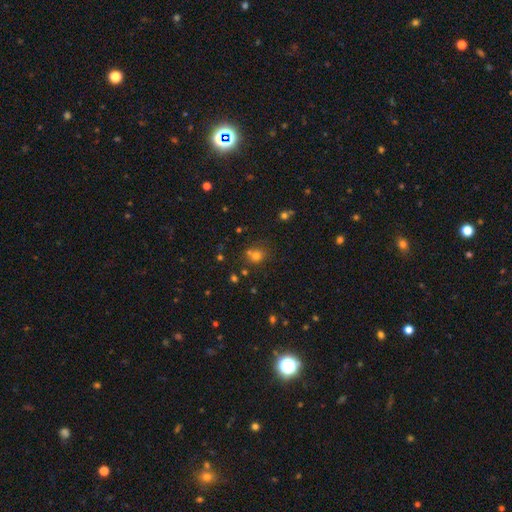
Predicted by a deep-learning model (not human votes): Smooth or featured? Predicted: smooth (p=0.71). How rounded? Predicted: round (p=0.78). Merging? Predicted: none (p=0.59).